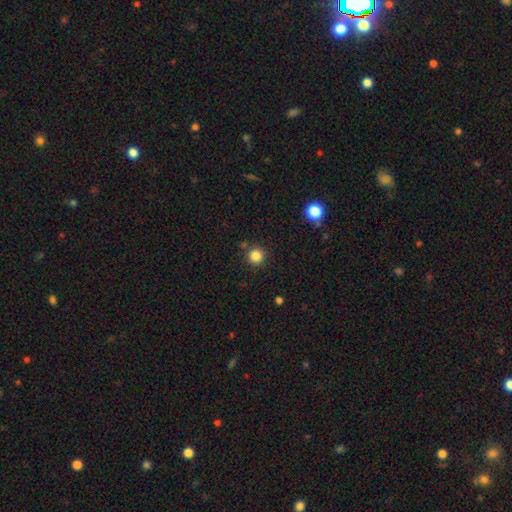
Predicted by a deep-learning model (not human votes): This appears to be a smooth galaxy with no disk features (84%) that is round (95%). Merging: none (87%).